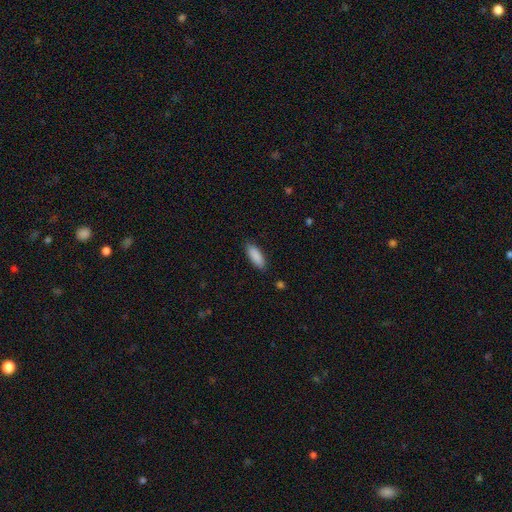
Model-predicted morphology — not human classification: This is clearly a smooth galaxy (89%). How rounded: likely in between (71%). Merging: clearly none (86%).